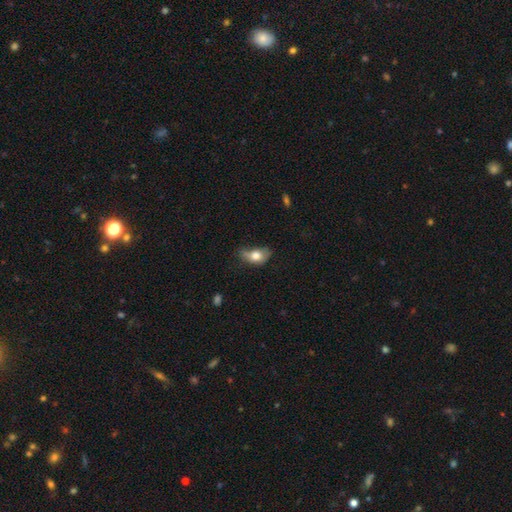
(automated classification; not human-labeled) This is likely a smooth galaxy (73%). How rounded: likely in between (78%). Merging: marginally minor disturbance (39%).